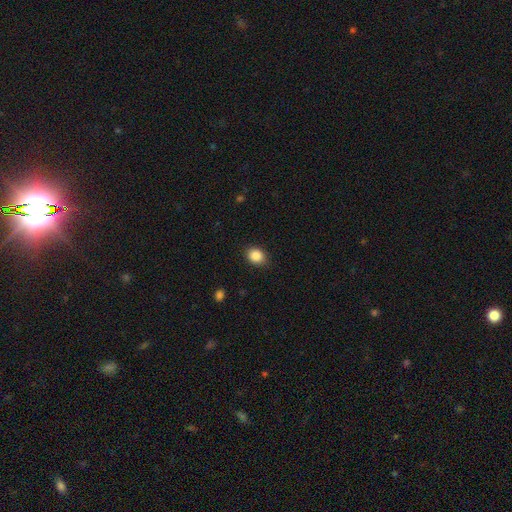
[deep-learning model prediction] This is clearly a smooth galaxy (87%). How rounded: possibly round (50%). Merging: clearly none (87%).